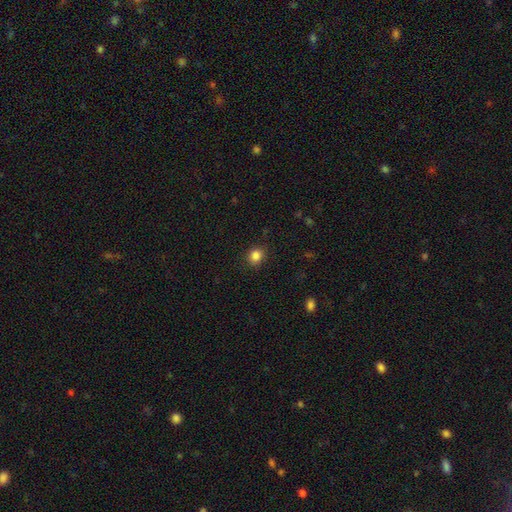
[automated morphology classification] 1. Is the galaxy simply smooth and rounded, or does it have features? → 85% smooth, 11% star or artifact, 4% featured or disk.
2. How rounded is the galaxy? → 77% round, 22% in between, 1% cigar-shaped.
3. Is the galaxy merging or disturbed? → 88% none, 8% minor disturbance, 2% major disturbance, 1% merger.